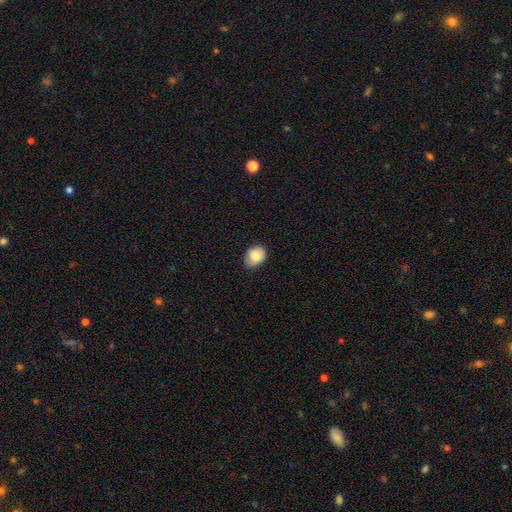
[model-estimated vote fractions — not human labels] A smooth galaxy with no disk features (83%) that is round (50%, tied with in between).

Vote fractions:
- Smooth or featured? smooth: 83% / featured or disk: 9% / star or artifact: 8%
- How rounded? round: 50% (tied) / in between: 50% (tied) / cigar-shaped: 1%
- Merging? none: 81% / minor disturbance: 15% / major disturbance: 2% / merger: 1%